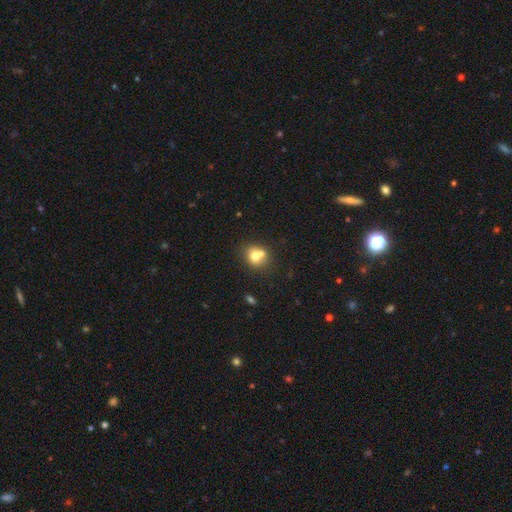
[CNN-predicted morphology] Q: Smooth or featured?
A: smooth (71%); runner-up: featured or disk (18%)
Q: How rounded?
A: round (74%); runner-up: in between (25%)
Q: Merging?
A: none (46%); runner-up: merger (39%)